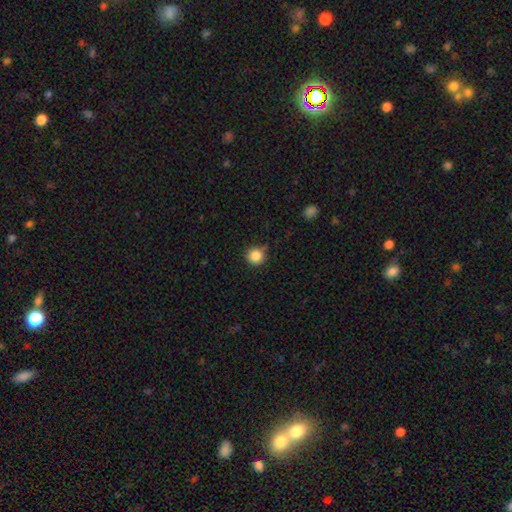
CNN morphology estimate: Q: Smooth or featured?
A: smooth (85%); runner-up: star or artifact (11%)
Q: How rounded?
A: round (95%); runner-up: in between (5%)
Q: Merging?
A: none (83%); runner-up: minor disturbance (12%)